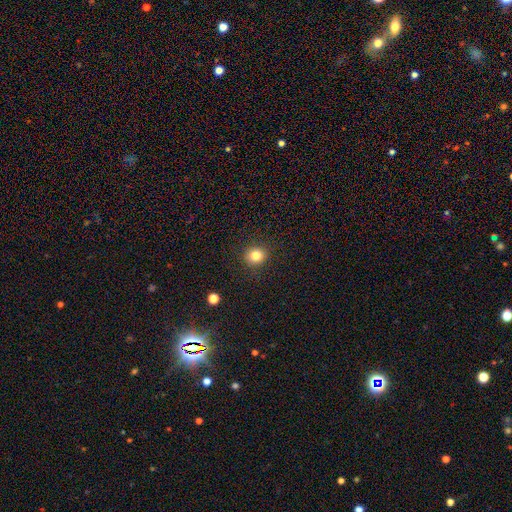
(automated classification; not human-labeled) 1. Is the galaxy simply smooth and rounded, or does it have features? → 82% smooth, 12% star or artifact, 6% featured or disk.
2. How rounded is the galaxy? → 83% round, 17% in between, 1% cigar-shaped.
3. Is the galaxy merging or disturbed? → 90% none, 6% minor disturbance, 2% major disturbance, 1% merger.